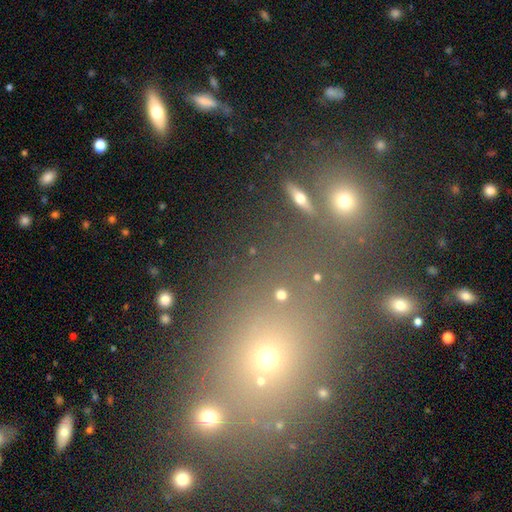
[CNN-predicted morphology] This appears to be a star or artifact, not a galaxy (45%).